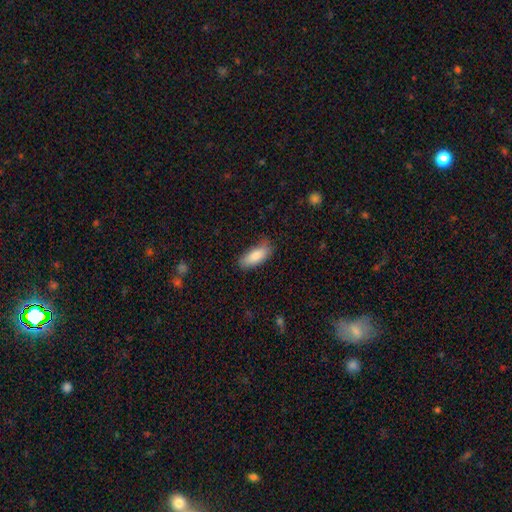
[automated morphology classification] A smooth galaxy with no disk features (85%) that is in between round and cigar-shaped (76%). Merging: none (69%).